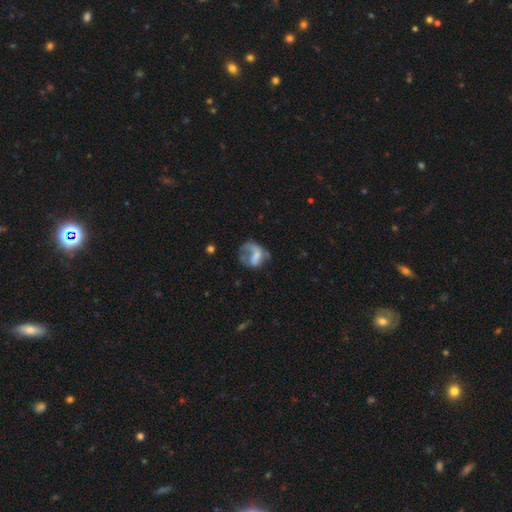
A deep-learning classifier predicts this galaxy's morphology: This is possibly a smooth galaxy (47%). Merging: possibly major disturbance (49%).